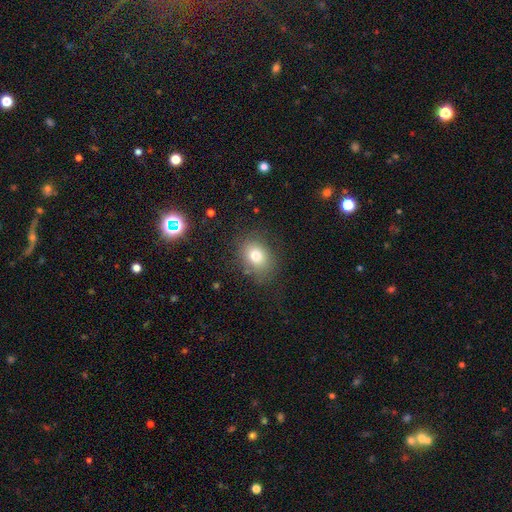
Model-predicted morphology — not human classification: This is likely a smooth galaxy (78%). How rounded: possibly in between (55%). Merging: likely none (79%).